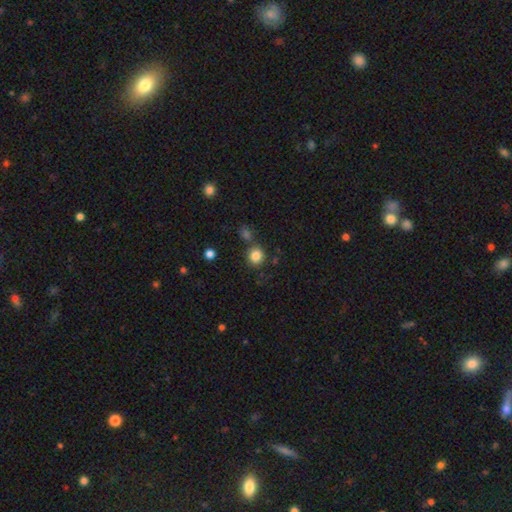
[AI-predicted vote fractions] smooth 84%, star or artifact 11%, featured or disk 5%. Down the decision tree: how rounded — round (89%); merging — none (78%).